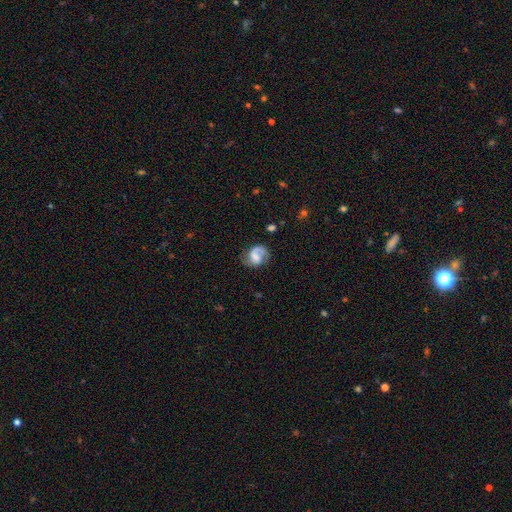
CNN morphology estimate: Smooth or featured?
  - featured or disk: 66% *
  - smooth: 26%
  - star or artifact: 8%
Edge-on disk?
  - no: 98% *
  - yes: 2%
Bar?
  - no: 44% *
  - weak: 43%
  - strong: 12%
Spiral arms?
  - yes: 92% *
  - no: 8%
Spiral winding?
  - medium: 43% *
  - loose: 35%
  - tight: 23%
Spiral arm count?
  - 2: 50% *
  - 1: 43%
  - can't tell: 4%
  - 3: 1%
  - 4: 1%
  - more than 4: 1%
Bulge size?
  - none: 32% *
  - moderate: 27%
  - small: 24%
  - large: 14%
  - dominant: 3%
Merging?
  - none: 61% *
  - minor disturbance: 21%
  - major disturbance: 15%
  - merger: 3%